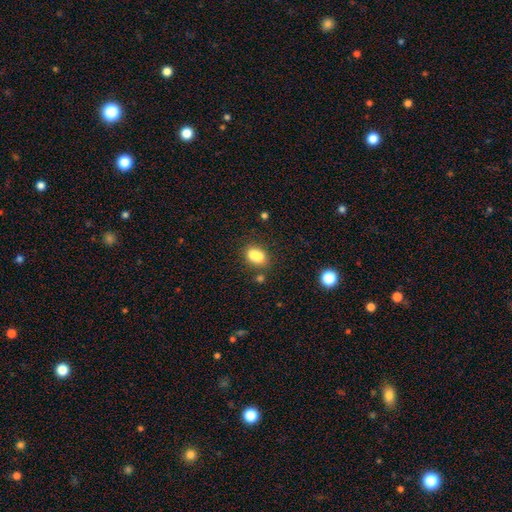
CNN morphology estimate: A smooth galaxy with no disk features (74%) that is in between round and cigar-shaped (66%). Merging: merger (43%).